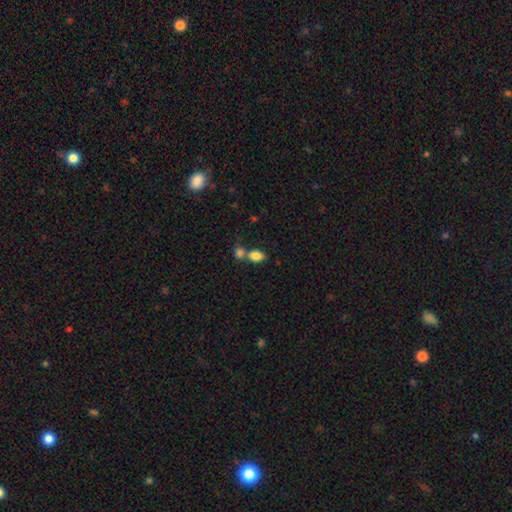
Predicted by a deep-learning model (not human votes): smooth_or_featured: smooth (p=0.84) [alt: star or artifact p=0.09]
how_rounded: in between (p=0.80) [alt: round p=0.18]
merging: merger (p=0.46) [alt: none p=0.41]